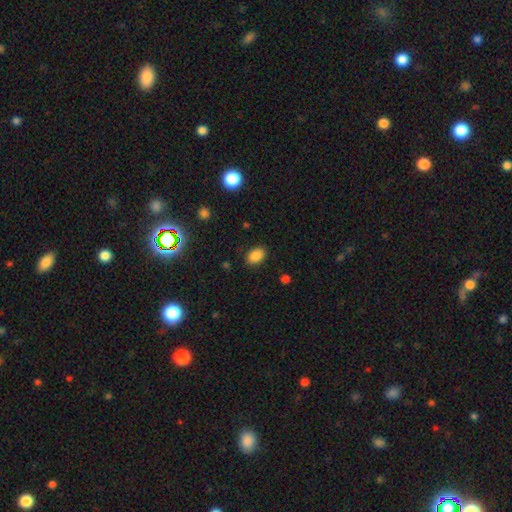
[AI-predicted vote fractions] Smooth or featured? smooth (86%)
How rounded? in between (81%)
Merging? none (86%)